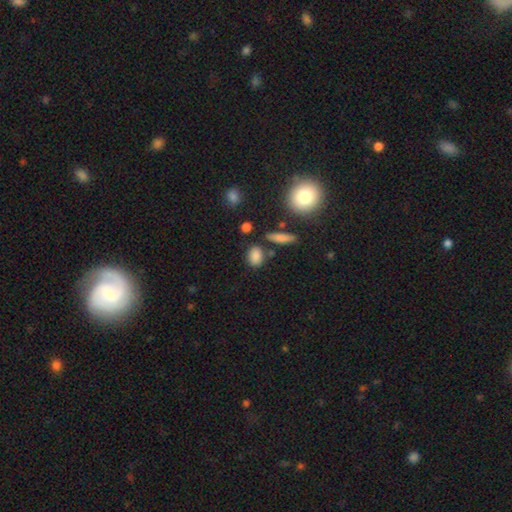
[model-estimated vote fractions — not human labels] This is clearly a smooth galaxy (84%). How rounded: likely in between (71%). Merging: likely none (75%).